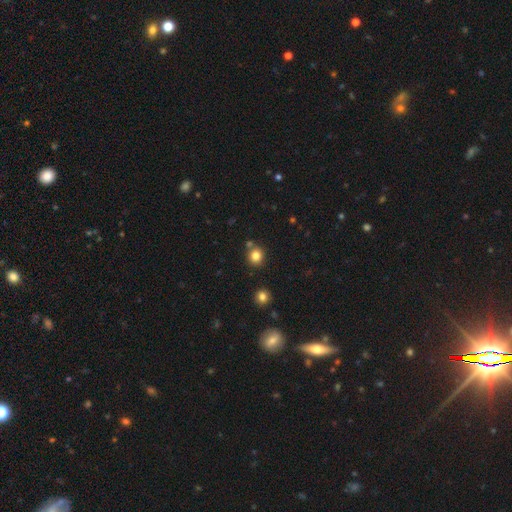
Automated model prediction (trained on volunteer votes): Smooth or featured: smooth — 82% (star or artifact — 12%)
How rounded: round — 86% (in between — 13%)
Merging: none — 78% (merger — 11%)